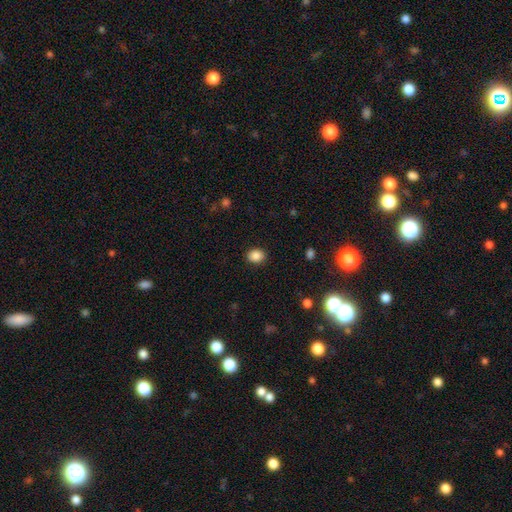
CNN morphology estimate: smooth_or_featured: smooth (p=0.87) [alt: star or artifact p=0.09]
how_rounded: round (p=0.51) [alt: in between p=0.49]
merging: none (p=0.89) [alt: minor disturbance p=0.08]